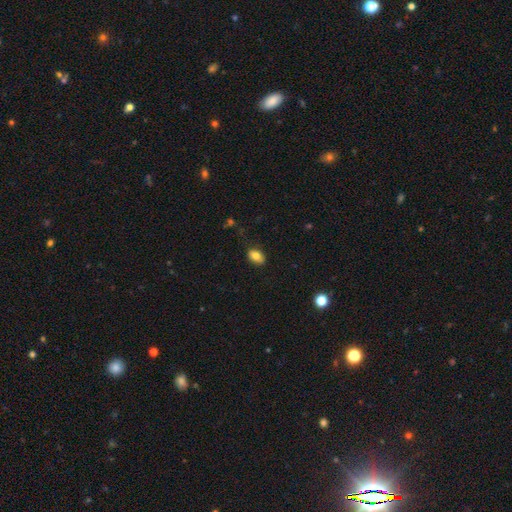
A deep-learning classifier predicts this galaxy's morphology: Overall: smooth (82%). How rounded: in between (86%). Merging: none (82%).